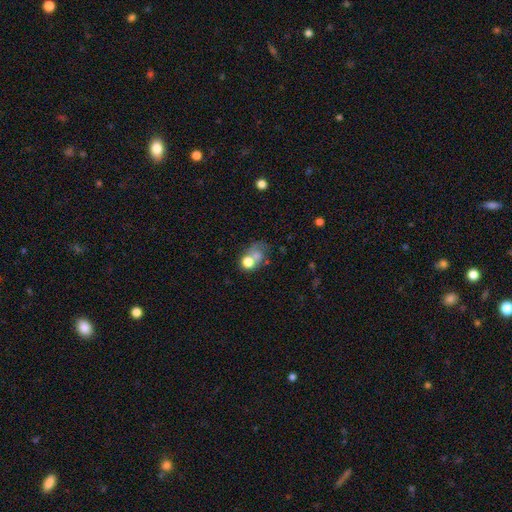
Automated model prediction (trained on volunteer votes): Smooth or featured? smooth (53%)
How rounded? round (49%, tied with in between)
Merging? none (33%)